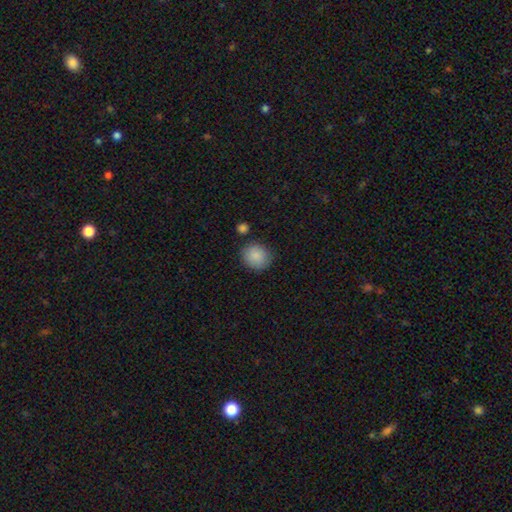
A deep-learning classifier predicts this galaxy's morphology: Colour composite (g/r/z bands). It shows a smooth galaxy with no disk features (88%) that is round (80%). Merging: none (80%).